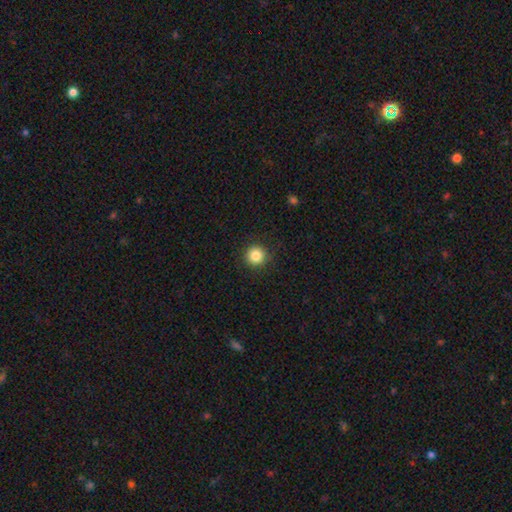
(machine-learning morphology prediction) This is clearly a smooth galaxy (85%). How rounded: clearly round (95%). Merging: clearly none (91%).